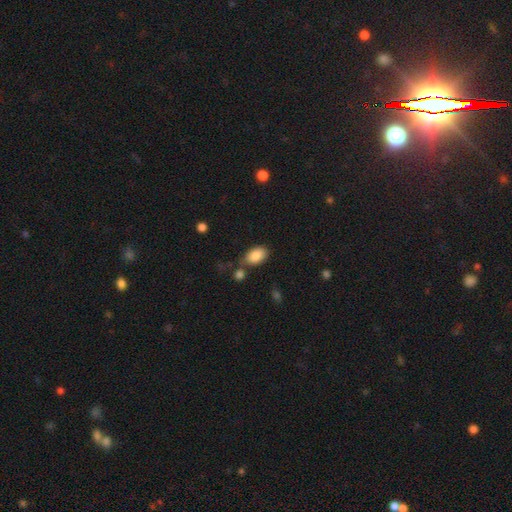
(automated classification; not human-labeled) A smooth galaxy with no disk features (87%) that is in between round and cigar-shaped (92%). Merging: none (66%).